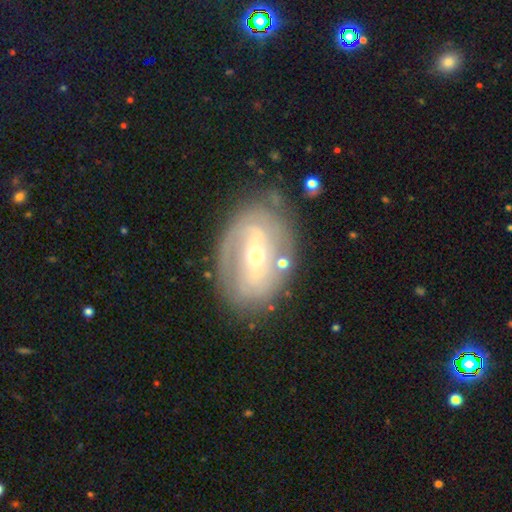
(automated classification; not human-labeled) Morphology: type=featured or disk (77%); edge-on=no (93%); bar=strong (42%); spiral arms=yes (70%); winding=tight (54%); arm count=2 (55%); bulge=small (51%); merging=none (74%).